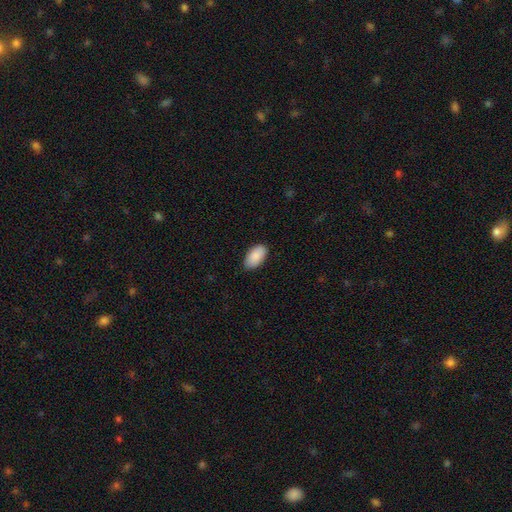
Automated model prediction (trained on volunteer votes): A smooth galaxy with no disk features (90%) that is in between round and cigar-shaped (96%).

Vote fractions:
- Smooth or featured? smooth: 90% / star or artifact: 6% / featured or disk: 4%
- How rounded? in between: 96% / round: 3% / cigar-shaped: 2%
- Merging? none: 86% / minor disturbance: 11% / major disturbance: 2% / merger: 1%